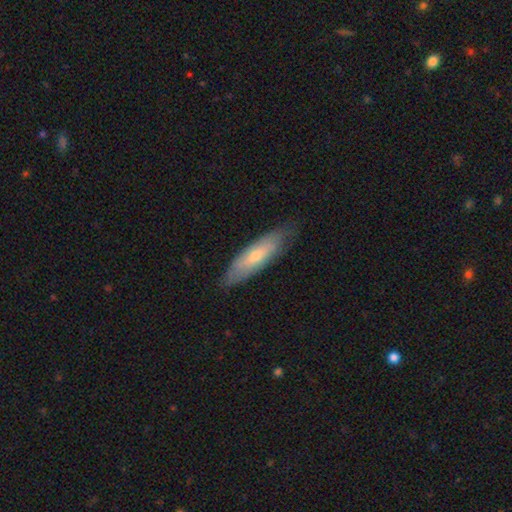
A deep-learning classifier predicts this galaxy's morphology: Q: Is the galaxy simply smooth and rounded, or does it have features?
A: smooth — 56%.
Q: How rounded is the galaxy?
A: cigar-shaped — 60%.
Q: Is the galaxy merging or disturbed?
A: none — 79%.